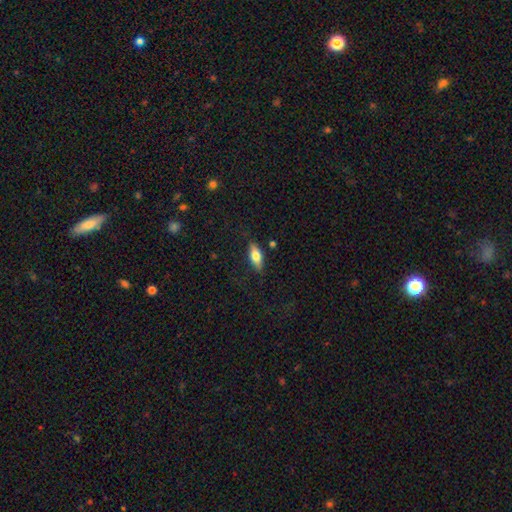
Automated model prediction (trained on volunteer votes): A smooth galaxy with no disk features (63%) that is in between round and cigar-shaped (69%).

Vote fractions:
- Smooth or featured? smooth: 63% / featured or disk: 31% / star or artifact: 6%
- How rounded? in between: 69% / cigar-shaped: 28% / round: 3%
- Merging? none: 82% / minor disturbance: 13% / major disturbance: 3% / merger: 2%